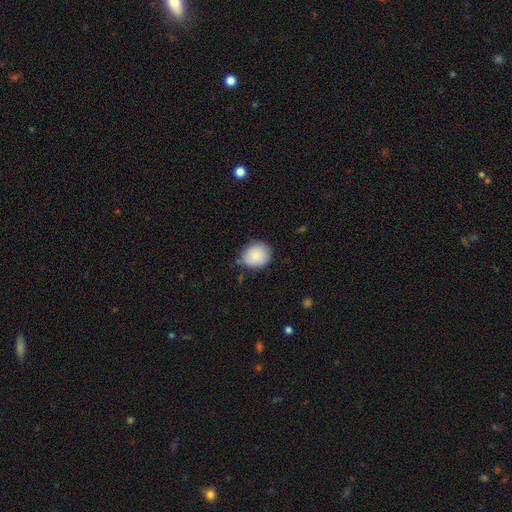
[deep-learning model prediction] A smooth galaxy with no disk features (86%) that is round (72%). Merging: none (73%).